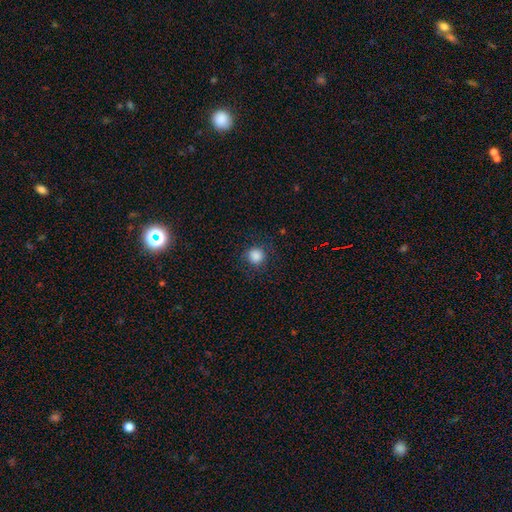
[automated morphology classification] This is clearly a smooth galaxy (86%). How rounded: clearly round (93%). Merging: clearly none (86%).